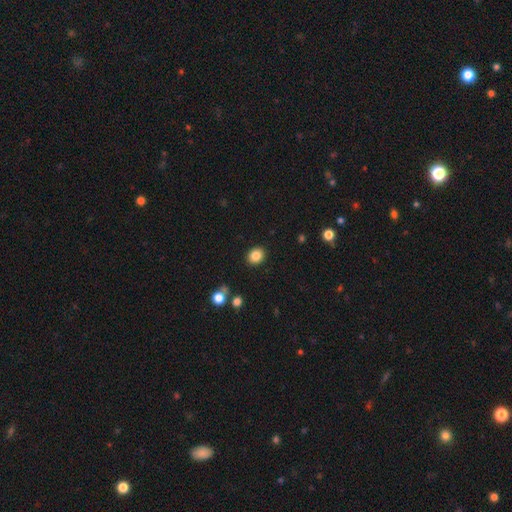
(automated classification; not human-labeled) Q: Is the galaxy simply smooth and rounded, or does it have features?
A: smooth — 85%.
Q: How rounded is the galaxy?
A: round — 62%.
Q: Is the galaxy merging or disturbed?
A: none — 90%.